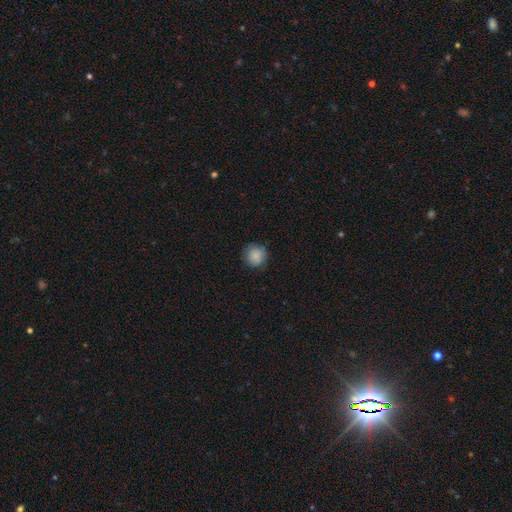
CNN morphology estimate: Smooth or featured? Predicted: smooth (p=0.87). How rounded? Predicted: round (p=0.92). Merging? Predicted: none (p=0.83).